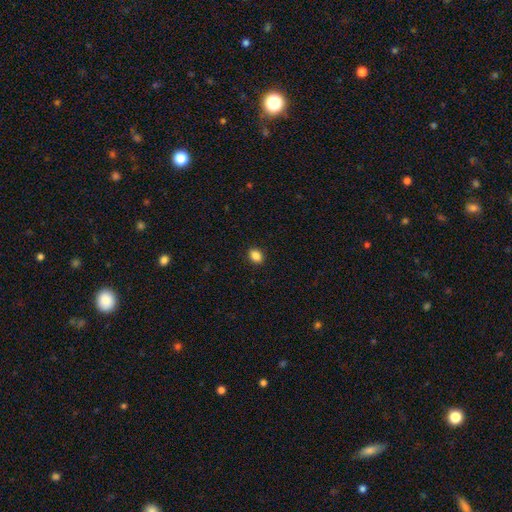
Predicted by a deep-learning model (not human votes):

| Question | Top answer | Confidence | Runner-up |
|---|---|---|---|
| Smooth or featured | smooth | 88% | star or artifact (9%) |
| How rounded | in between | 66% | round (33%) |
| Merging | none | 91% | minor disturbance (7%) |